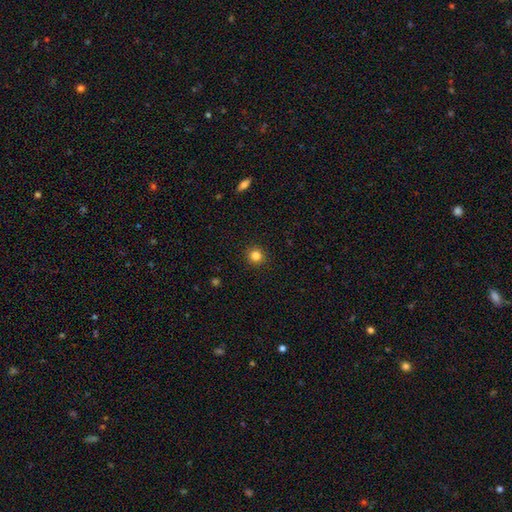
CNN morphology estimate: Overall: smooth (83%). How rounded: round (93%). Merging: none (92%).